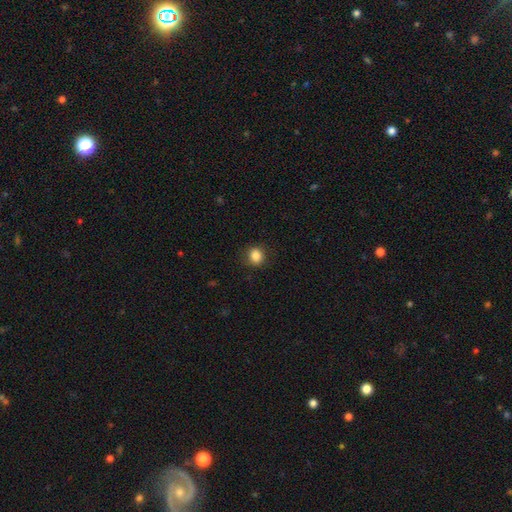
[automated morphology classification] This appears to be a smooth galaxy with no disk features (85%) that is round (81%). Merging: none (88%).